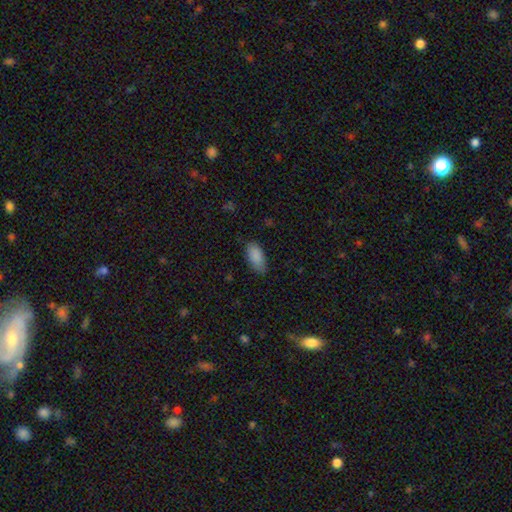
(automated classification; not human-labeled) Smooth or featured? smooth (89%)
How rounded? in between (90%)
Merging? none (78%)